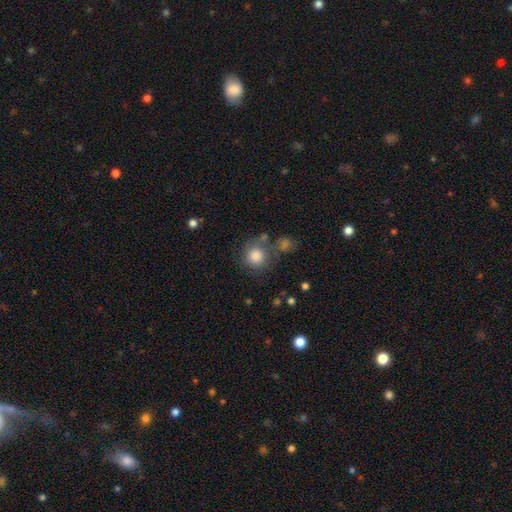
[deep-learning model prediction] smooth 83%, featured or disk 9%, star or artifact 8%. Down the decision tree: how rounded — round (91%); merging — none (60%).